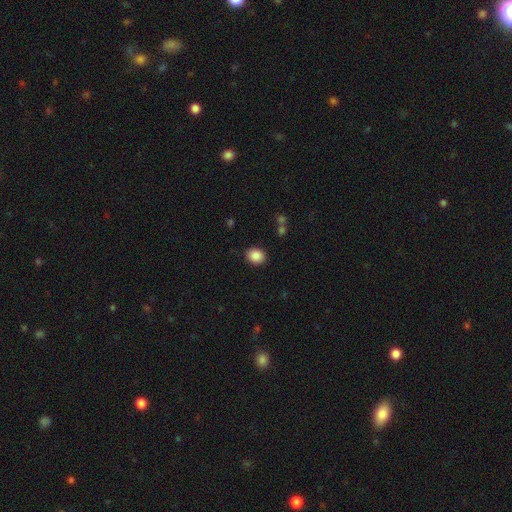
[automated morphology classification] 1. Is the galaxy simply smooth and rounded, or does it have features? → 88% smooth, 8% star or artifact, 4% featured or disk.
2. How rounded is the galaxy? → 50% round, 49% in between, 1% cigar-shaped.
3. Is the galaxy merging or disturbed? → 88% none, 8% minor disturbance, 2% major disturbance, 2% merger.